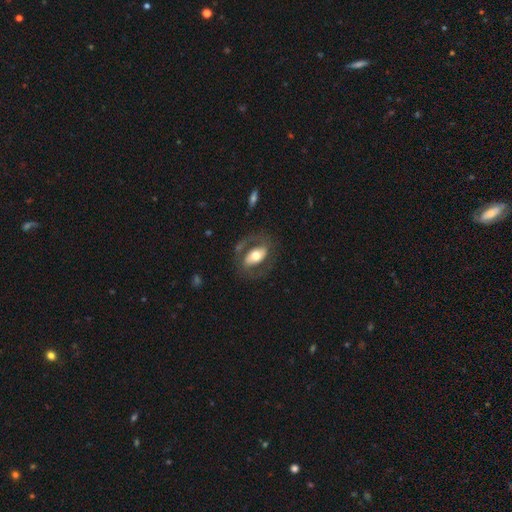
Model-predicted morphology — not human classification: The model was most divided on "spiral arms": yes: 52%, no: 48%. Remaining: edge-on disk — no (91%); merging — none (67%); bulge size — moderate (61%); smooth or featured — featured or disk (57%); bar — no (44%).